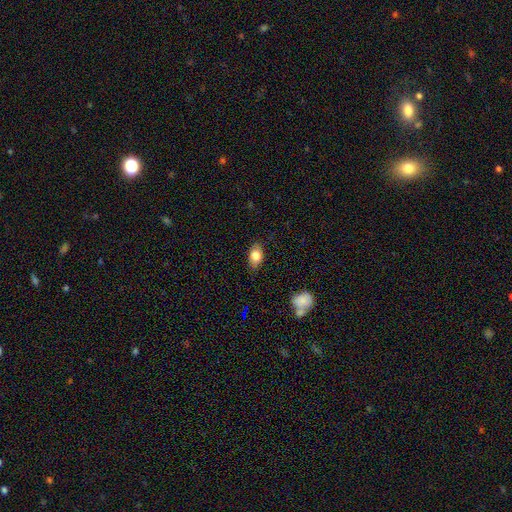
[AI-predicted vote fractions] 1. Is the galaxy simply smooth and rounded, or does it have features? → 80% smooth, 12% featured or disk, 8% star or artifact.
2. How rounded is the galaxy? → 84% in between, 14% round, 3% cigar-shaped.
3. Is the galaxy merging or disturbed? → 81% none, 15% minor disturbance, 3% major disturbance, 1% merger.